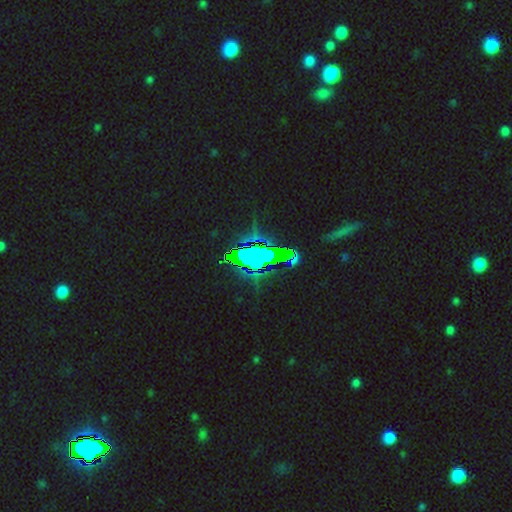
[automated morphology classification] A star or artifact, not a galaxy (74%).